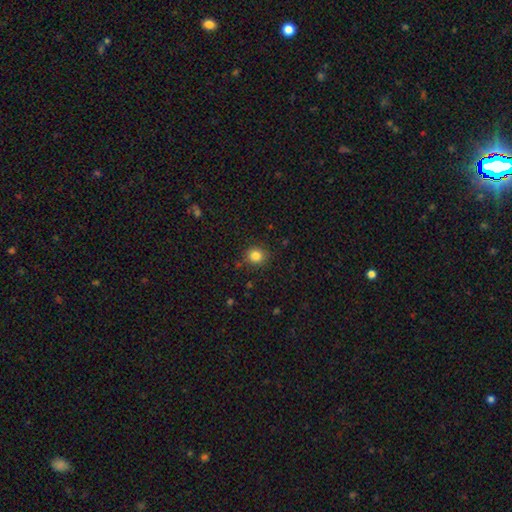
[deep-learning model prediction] Q: Smooth or featured?
A: smooth (84%); runner-up: star or artifact (11%)
Q: How rounded?
A: round (82%); runner-up: in between (17%)
Q: Merging?
A: none (86%); runner-up: minor disturbance (10%)